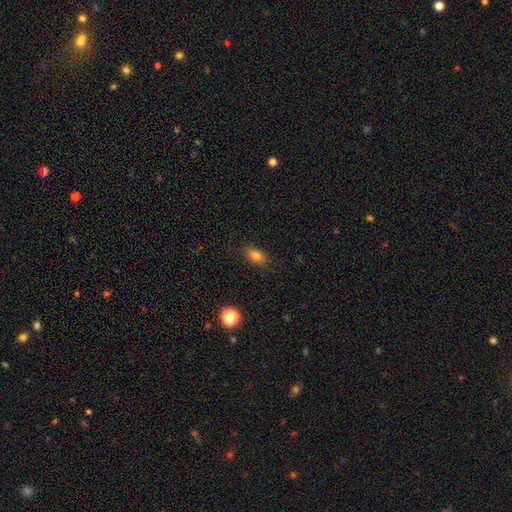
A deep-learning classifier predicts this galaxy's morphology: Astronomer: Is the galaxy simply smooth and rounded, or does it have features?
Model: smooth — 80%.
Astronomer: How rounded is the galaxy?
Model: in between — 82%.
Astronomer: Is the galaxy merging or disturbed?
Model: none — 83%.